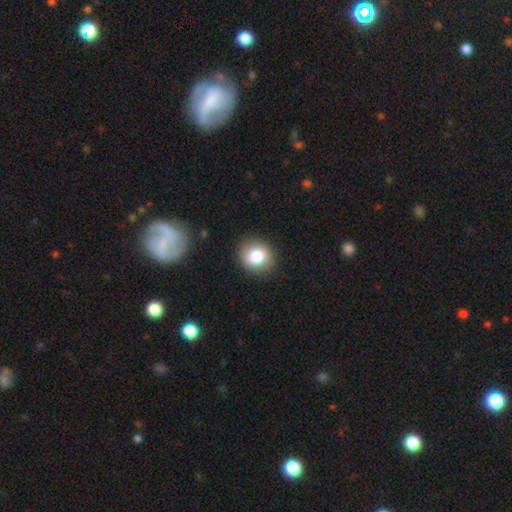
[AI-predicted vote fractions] A smooth galaxy with no disk features (79%) that is round (79%). Merging: none (88%).